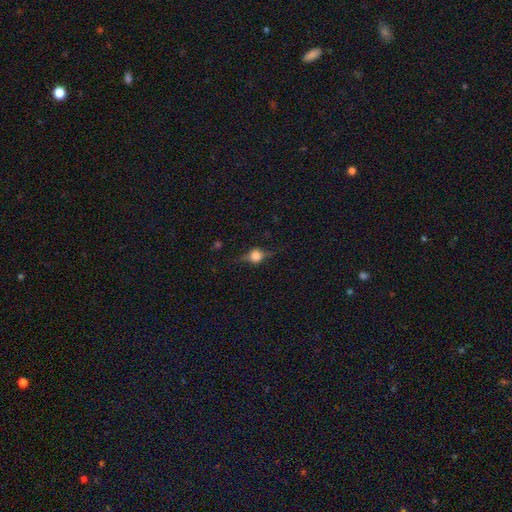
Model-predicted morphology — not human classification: Smooth or featured: featured or disk — 53% (smooth — 34%)
Edge-on disk: yes — 93% (no — 7%)
Merging: none — 77% (minor disturbance — 16%)